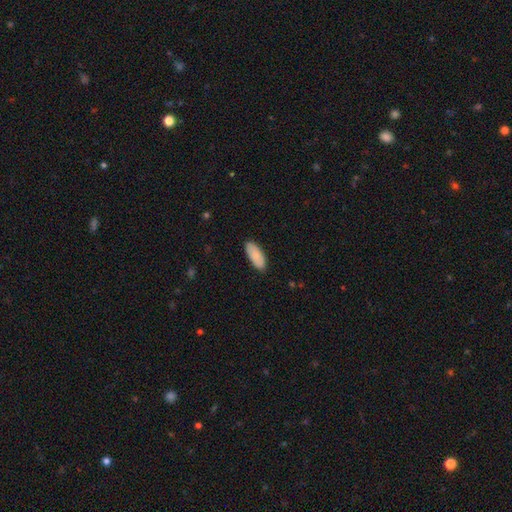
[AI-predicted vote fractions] Morphology: type=smooth (88%); roundness=in between (85%); merging=none (88%).